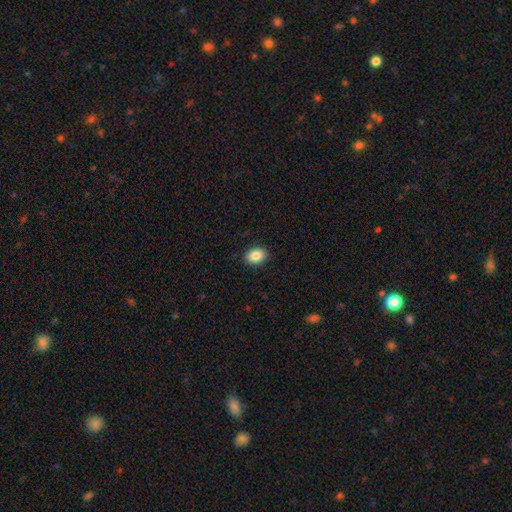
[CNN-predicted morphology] Smooth or featured? smooth (86%)
How rounded? in between (70%)
Merging? none (90%)